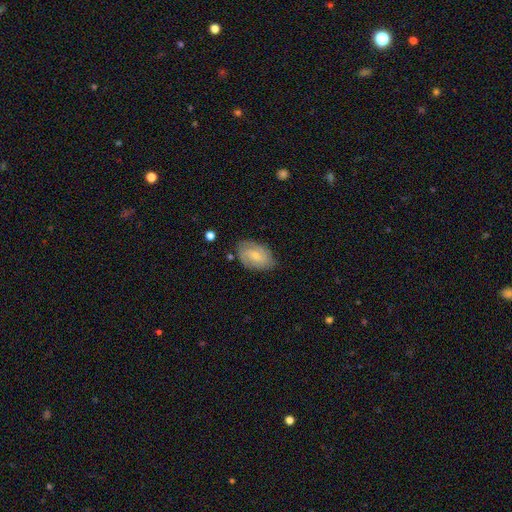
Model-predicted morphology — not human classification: smooth_or_featured: featured or disk (p=0.57) [alt: smooth p=0.37]
disk_edge_on: no (p=0.96) [alt: yes p=0.04]
bar: no (p=0.47) [alt: weak p=0.45]
has_spiral_arms: yes (p=0.87) [alt: no p=0.13]
bulge_size: small (p=0.59) [alt: moderate p=0.34]
merging: none (p=0.74) [alt: minor disturbance p=0.19]